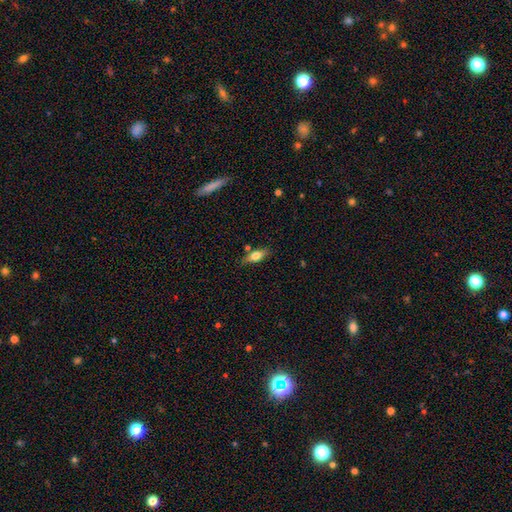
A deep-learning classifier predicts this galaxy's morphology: This appears to be a smooth galaxy with no disk features (71%) that is in between round and cigar-shaped (70%). Merging: none (74%).